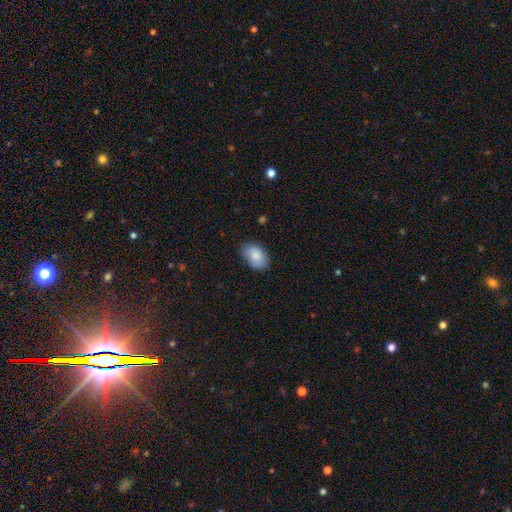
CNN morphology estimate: Smooth or featured?
  - smooth: 86% *
  - featured or disk: 8%
  - star or artifact: 6%
How rounded?
  - in between: 91% *
  - round: 8%
  - cigar-shaped: 1%
Merging?
  - none: 78% *
  - minor disturbance: 18%
  - major disturbance: 3%
  - merger: 1%